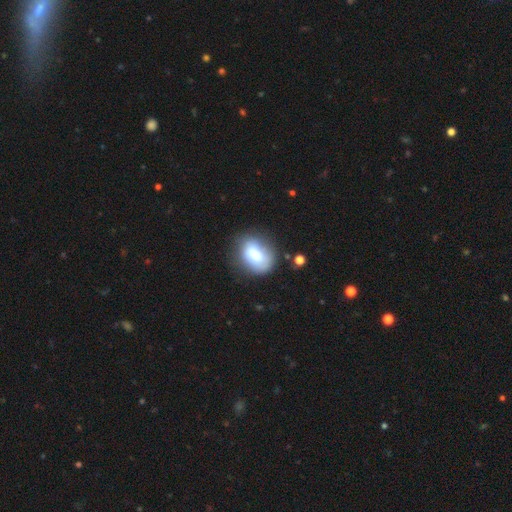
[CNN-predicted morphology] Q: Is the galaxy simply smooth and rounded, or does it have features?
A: smooth — 70%.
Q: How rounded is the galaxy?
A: in between — 55%.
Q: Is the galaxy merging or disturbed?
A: none — 64%.